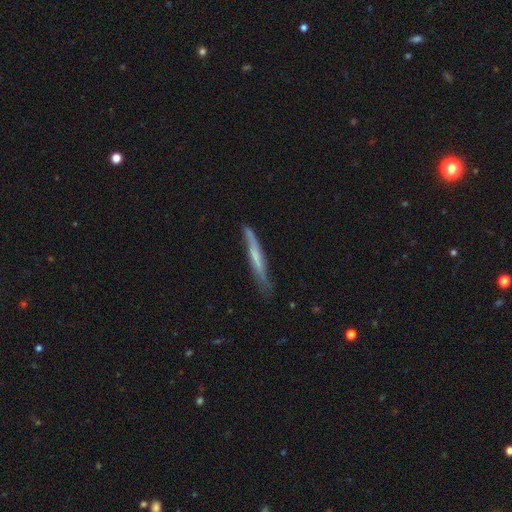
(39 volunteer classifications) This is possibly a featured or disk galaxy (59%). It is clearly viewed edge-on (96%). Edge-on bulge: likely none (68%). Merging: possibly none (59%).